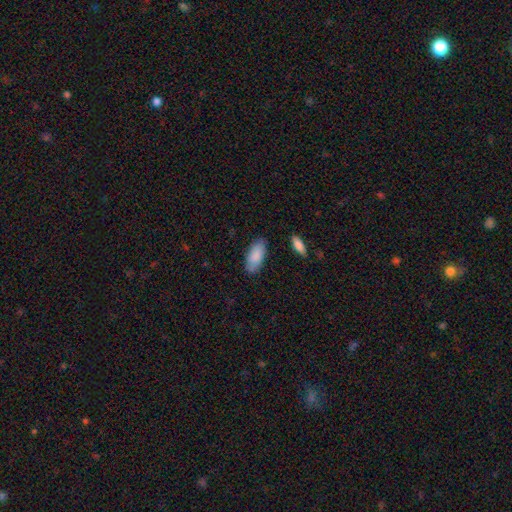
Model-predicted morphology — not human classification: Smooth or featured: smooth — 87% (featured or disk — 7%)
How rounded: in between — 87% (cigar-shaped — 11%)
Merging: none — 83% (minor disturbance — 13%)